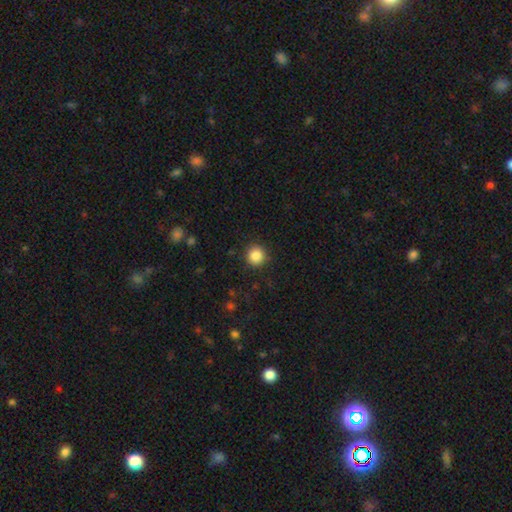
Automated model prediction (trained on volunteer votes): Smooth or featured?
  - smooth: 86% *
  - star or artifact: 11%
  - featured or disk: 4%
How rounded?
  - round: 94% *
  - in between: 5%
  - cigar-shaped: 1%
Merging?
  - none: 90% *
  - minor disturbance: 6%
  - major disturbance: 2%
  - merger: 1%